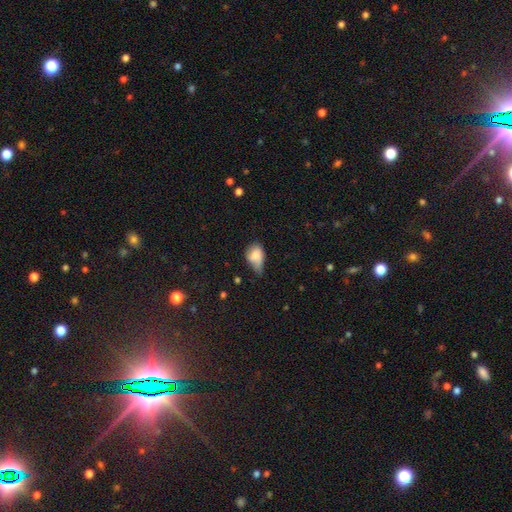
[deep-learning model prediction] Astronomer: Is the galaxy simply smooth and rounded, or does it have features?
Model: smooth — 76%.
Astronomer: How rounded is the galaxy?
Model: in between — 80%.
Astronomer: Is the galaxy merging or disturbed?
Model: minor disturbance — 49%.